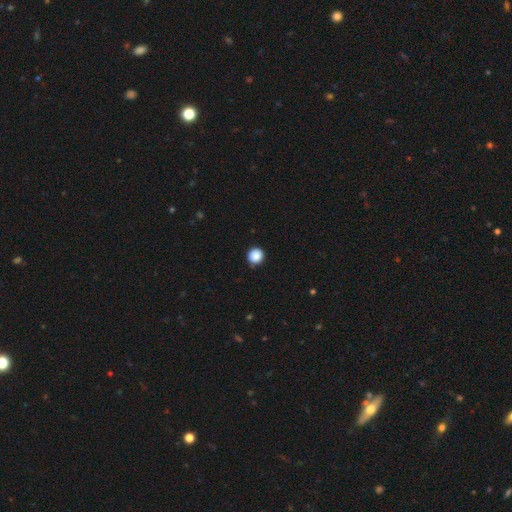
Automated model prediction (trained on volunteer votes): smooth-or-featured: smooth: 88% | star or artifact: 9% | featured or disk: 3%
  how-rounded: round: 94% | in between: 5% | cigar-shaped: 1%
  merging: none: 89% | minor disturbance: 8% | major disturbance: 2% | merger: 1%